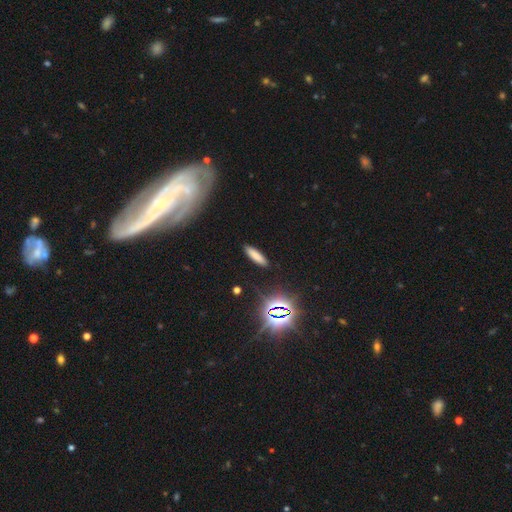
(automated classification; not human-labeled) smooth 76%, star or artifact 16%, featured or disk 8%. Down the decision tree: how rounded — cigar-shaped (66%); merging — none (89%).